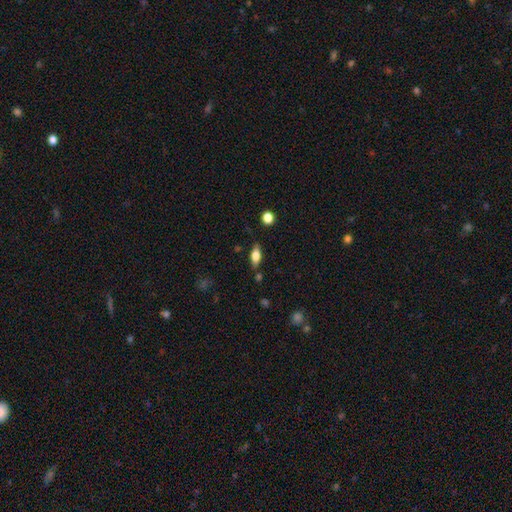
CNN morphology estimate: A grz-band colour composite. It shows a smooth galaxy with no disk features (67%) that is in between round and cigar-shaped (77%). Merging: none (80%).